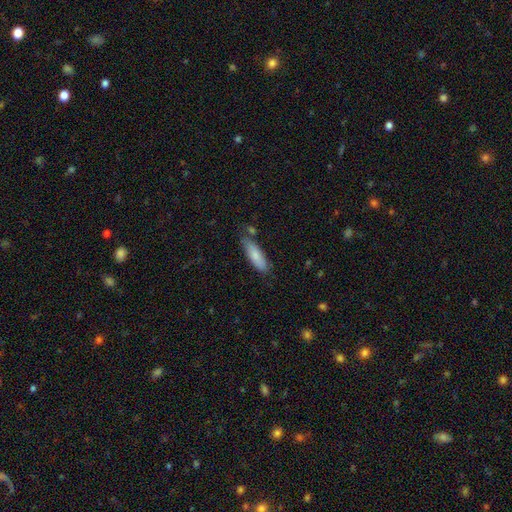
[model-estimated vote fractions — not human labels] Smooth or featured: smooth — 80% (featured or disk — 14%)
How rounded: cigar-shaped — 50% (in between — 49%)
Merging: none — 70% (minor disturbance — 20%)